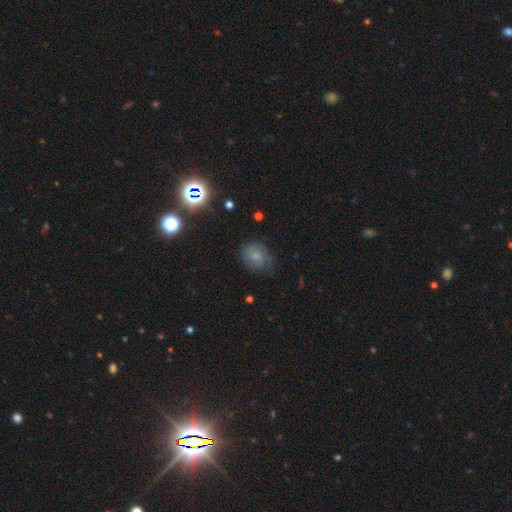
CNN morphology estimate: smooth_or_featured: smooth (p=0.65) [alt: featured or disk p=0.20]
how_rounded: round (p=0.67) [alt: in between p=0.32]
merging: none (p=0.69) [alt: minor disturbance p=0.23]